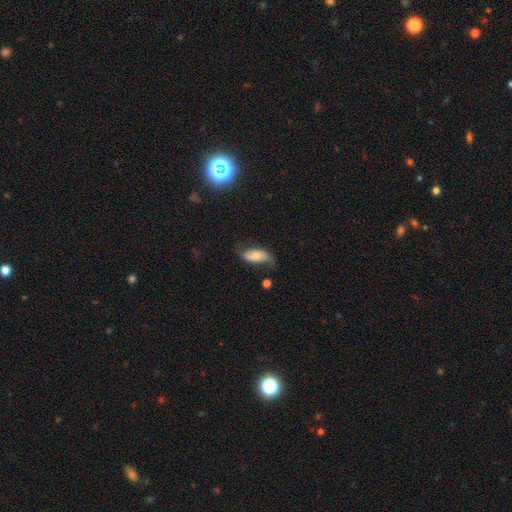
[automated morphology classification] Smooth or featured? featured or disk (49%)
Merging? none (55%)